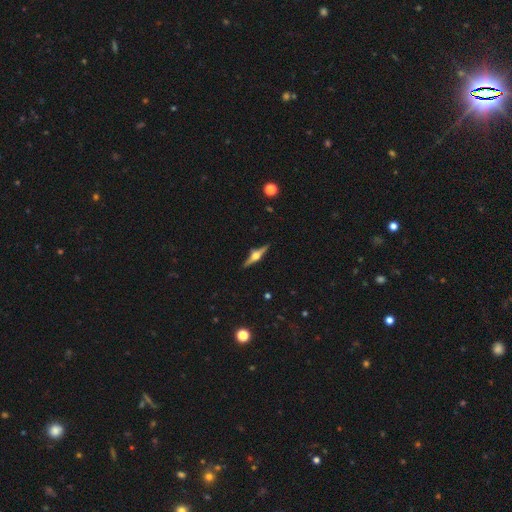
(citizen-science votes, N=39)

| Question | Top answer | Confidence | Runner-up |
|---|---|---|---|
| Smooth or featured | featured or disk | 82% | smooth (13%) |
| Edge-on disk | yes | 100% | — |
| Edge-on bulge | rounded | 100% | — |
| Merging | none | 81% | minor disturbance (14%) |